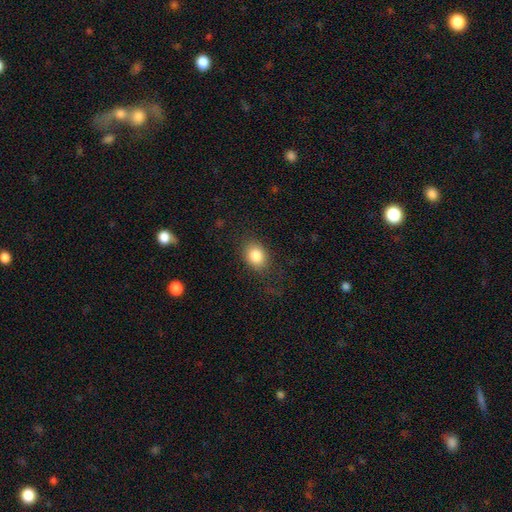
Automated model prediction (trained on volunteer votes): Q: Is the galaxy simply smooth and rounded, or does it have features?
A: smooth — 84%.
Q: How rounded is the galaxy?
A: in between — 58%.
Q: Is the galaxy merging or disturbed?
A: none — 80%.